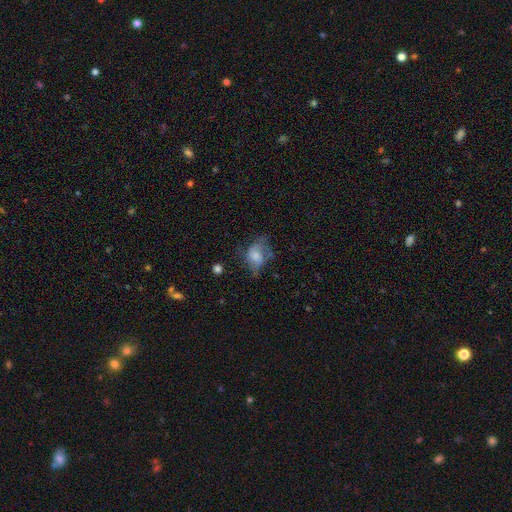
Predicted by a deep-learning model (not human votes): smooth_or_featured: smooth (p=0.48) [alt: featured or disk p=0.42]
merging: major disturbance (p=0.36) [alt: none p=0.33]